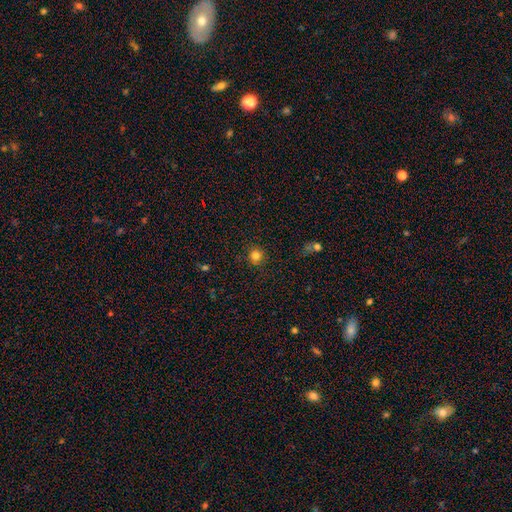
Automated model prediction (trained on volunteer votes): Smooth or featured? smooth (81%)
How rounded? round (92%)
Merging? none (88%)